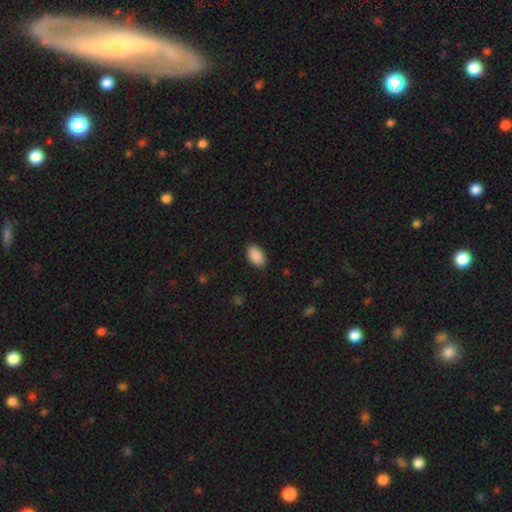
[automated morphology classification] A smooth galaxy with no disk features (91%) that is in between round and cigar-shaped (93%).

Vote fractions:
- Smooth or featured? smooth: 91% / star or artifact: 7% / featured or disk: 3%
- How rounded? in between: 93% / round: 6% / cigar-shaped: 1%
- Merging? none: 87% / minor disturbance: 10% / major disturbance: 2% / merger: 1%